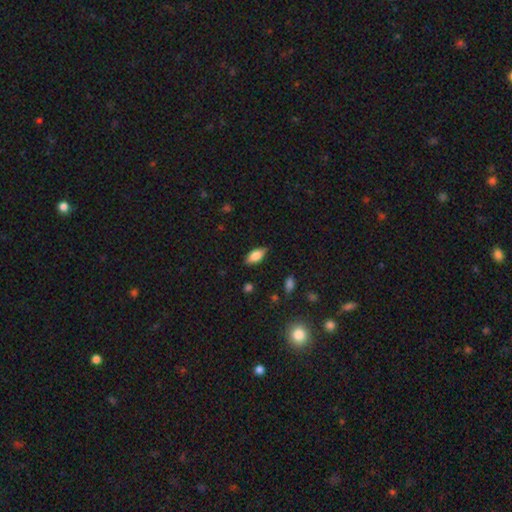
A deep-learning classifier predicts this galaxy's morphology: type=smooth (73%); roundness=in between (85%); merging=none (83%).